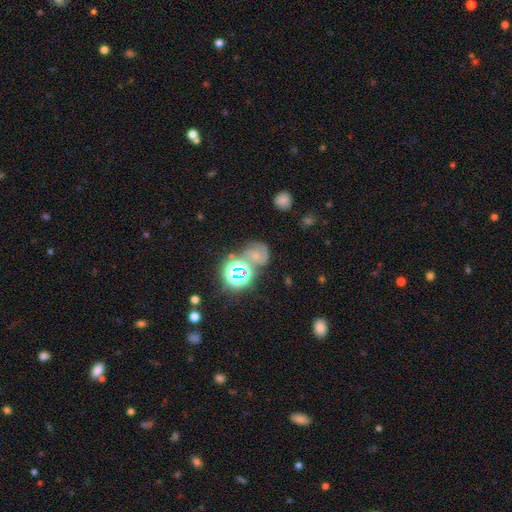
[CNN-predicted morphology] Smooth or featured? Predicted: featured or disk (p=0.36). Merging? Predicted: none (p=0.50).